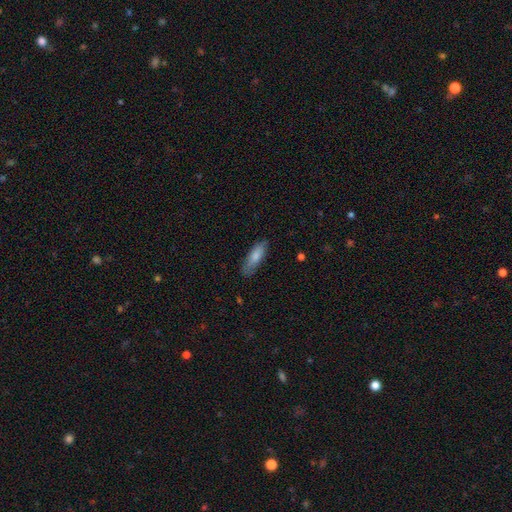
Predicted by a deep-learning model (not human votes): Q: Smooth or featured?
A: smooth (78%); runner-up: featured or disk (16%)
Q: How rounded?
A: in between (54%); runner-up: cigar-shaped (44%)
Q: Merging?
A: none (77%); runner-up: minor disturbance (18%)